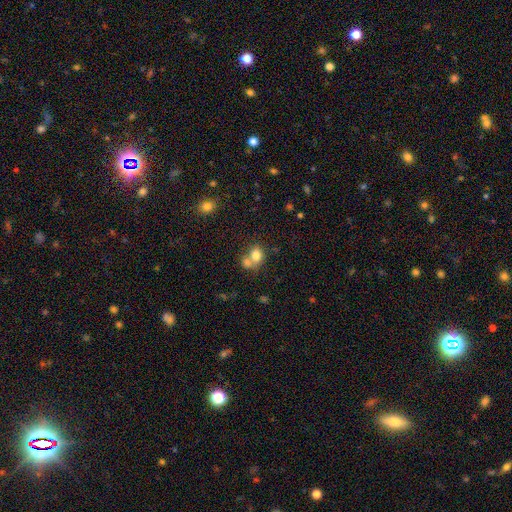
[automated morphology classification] Smooth or featured?
  - smooth: 78% *
  - featured or disk: 12%
  - star or artifact: 10%
How rounded?
  - round: 53% *
  - in between: 46%
  - cigar-shaped: 1%
Merging?
  - merger: 55% *
  - none: 32%
  - minor disturbance: 8%
  - major disturbance: 4%